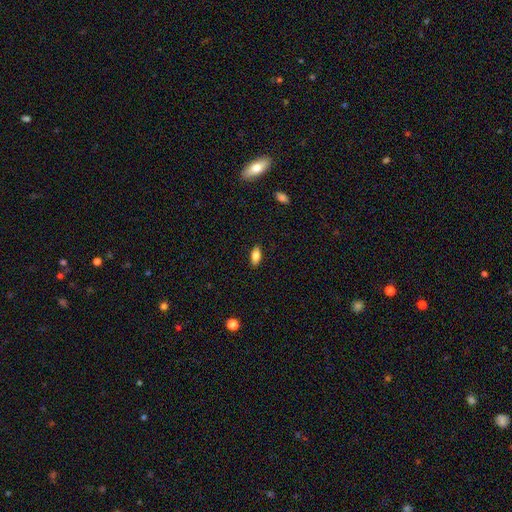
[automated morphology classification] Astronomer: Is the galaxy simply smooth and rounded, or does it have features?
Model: smooth — 83%.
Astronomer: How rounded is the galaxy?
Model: in between — 88%.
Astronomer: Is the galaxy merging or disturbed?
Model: none — 88%.